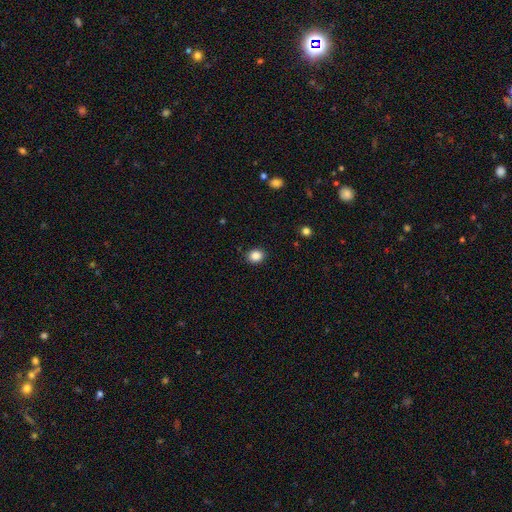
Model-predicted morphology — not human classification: A smooth galaxy with no disk features (87%) that is round (63%).

Vote fractions:
- Smooth or featured? smooth: 87% / star or artifact: 10% / featured or disk: 3%
- How rounded? round: 63% / in between: 36% / cigar-shaped: 1%
- Merging? none: 89% / minor disturbance: 8% / major disturbance: 2% / merger: 1%